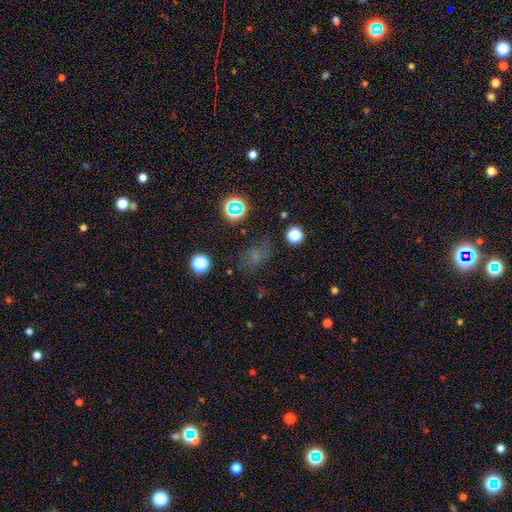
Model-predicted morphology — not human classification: smooth 55%, star or artifact 30%, featured or disk 14%. Down the decision tree: how rounded — in between (61%); merging — none (65%).